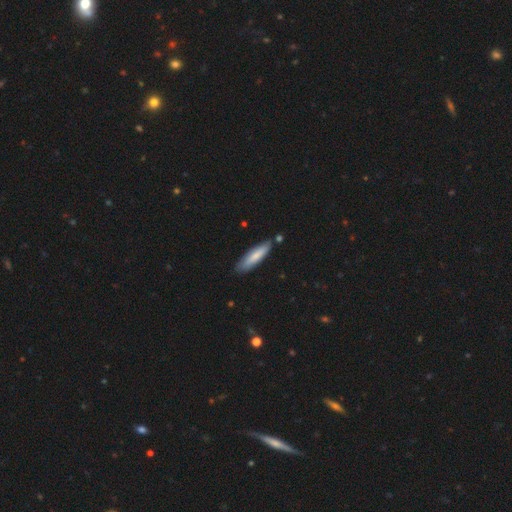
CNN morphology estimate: A smooth galaxy with no disk features (76%) that is cigar-shaped (75%).

Vote fractions:
- Smooth or featured? smooth: 76% / featured or disk: 19% / star or artifact: 5%
- How rounded? cigar-shaped: 75% / in between: 24% / round: 1%
- Merging? none: 80% / minor disturbance: 14% / merger: 4% / major disturbance: 2%